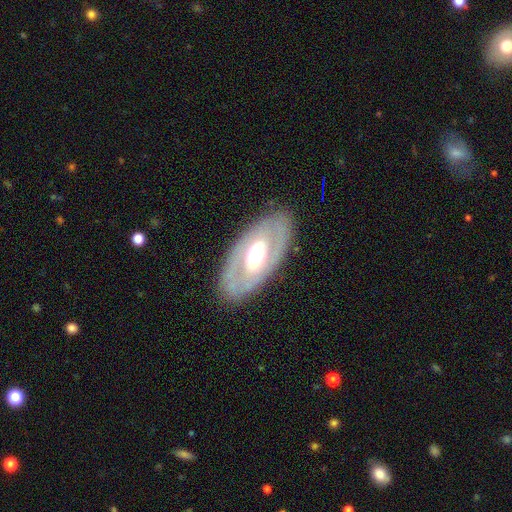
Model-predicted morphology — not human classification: A featured or disk galaxy (65%) with no bar (51%), no spiral arms (72%) and a moderate central bulge (56%). Merging: none (82%).